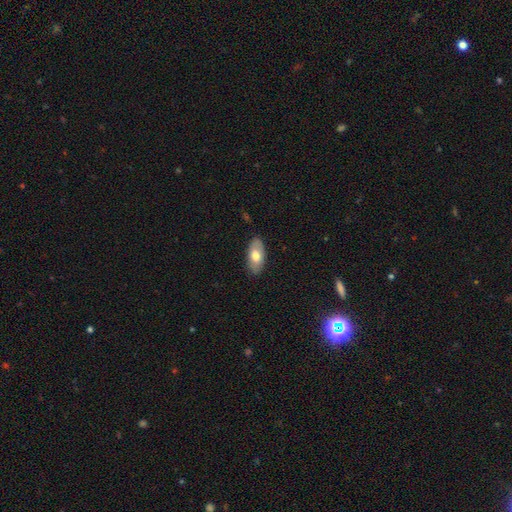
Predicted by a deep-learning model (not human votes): Smooth or featured?
  - smooth: 68% *
  - featured or disk: 26%
  - star or artifact: 6%
How rounded?
  - in between: 91% *
  - cigar-shaped: 6%
  - round: 3%
Merging?
  - none: 85% *
  - minor disturbance: 11%
  - major disturbance: 2%
  - merger: 1%